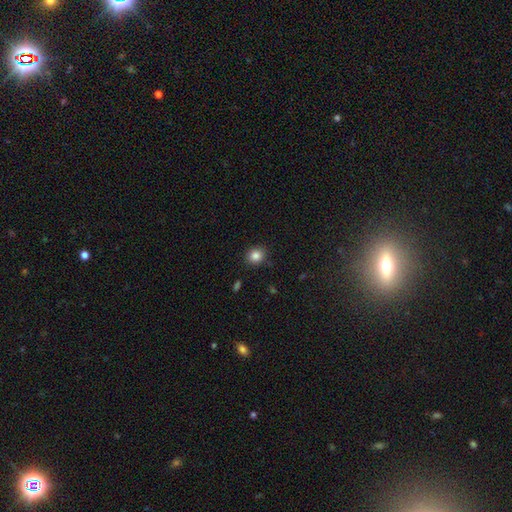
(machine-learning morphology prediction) type=smooth (85%); roundness=round (75%); merging=none (88%).